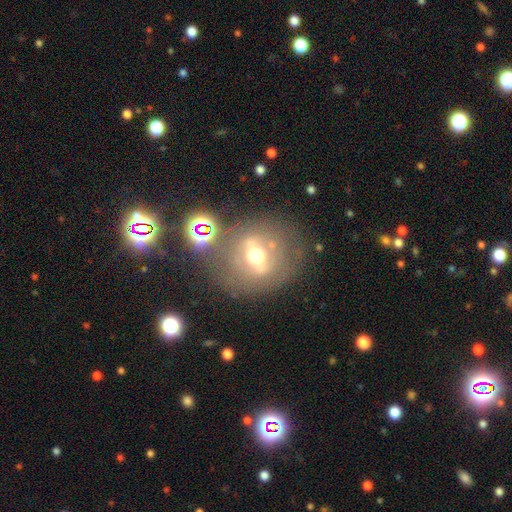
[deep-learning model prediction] A featured or disk galaxy (60%) with a strong bar (50%), no spiral arms (82%) and a moderate central bulge (72%).

Vote fractions:
- Smooth or featured? featured or disk: 60% / smooth: 27% / star or artifact: 13%
- Edge-on disk? no: 84% / yes: 16%
- Bar? strong: 50% / weak: 30% / no: 20%
- Spiral arms? no: 82% / yes: 18%
- Bulge size? moderate: 72% / large: 15% / small: 10% / dominant: 2% / none: 1%
- Merging? none: 67% / minor disturbance: 14% / merger: 11% / major disturbance: 9%